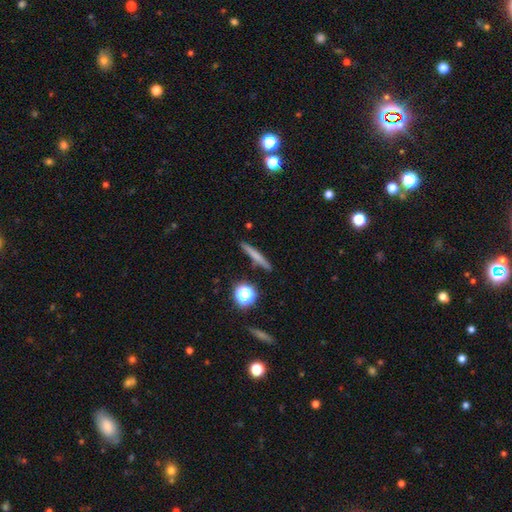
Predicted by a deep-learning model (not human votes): A smooth galaxy with no disk features (62%) that is cigar-shaped (90%). Merging: none (89%).